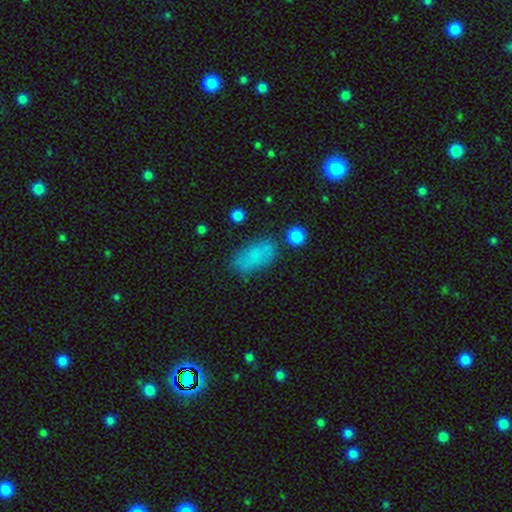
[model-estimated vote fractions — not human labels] Smooth or featured? Predicted: smooth (p=0.79). How rounded? Predicted: in between (p=0.89). Merging? Predicted: none (p=0.70).